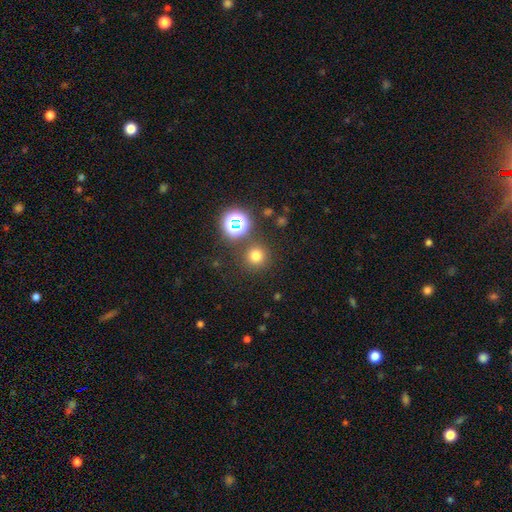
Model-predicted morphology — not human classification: type=smooth (72%); roundness=round (95%); merging=none (85%).